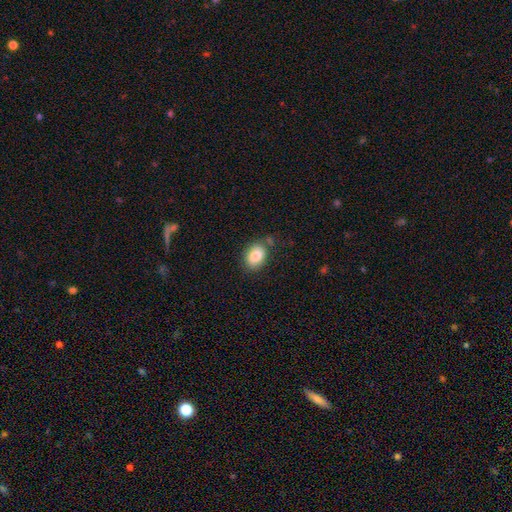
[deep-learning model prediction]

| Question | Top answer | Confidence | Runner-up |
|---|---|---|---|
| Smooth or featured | smooth | 82% | featured or disk (10%) |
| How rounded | in between | 71% | round (28%) |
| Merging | none | 71% | minor disturbance (19%) |